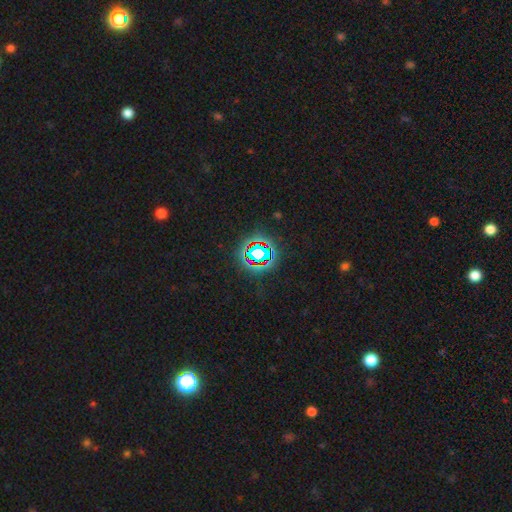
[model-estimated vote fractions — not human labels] Smooth or featured: star or artifact — 80% (smooth — 12%)